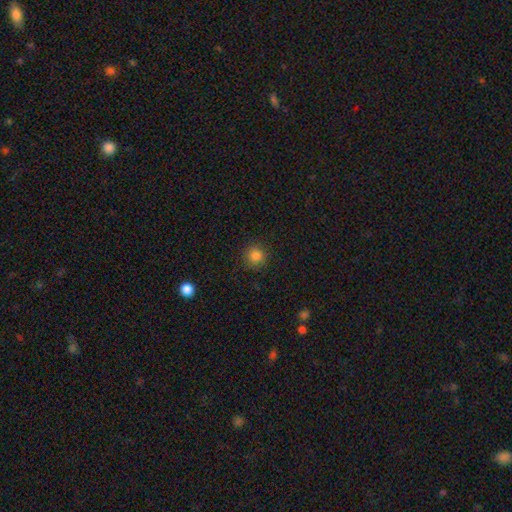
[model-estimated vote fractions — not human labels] smooth 84%, star or artifact 12%, featured or disk 4%. Down the decision tree: how rounded — round (94%); merging — none (90%).